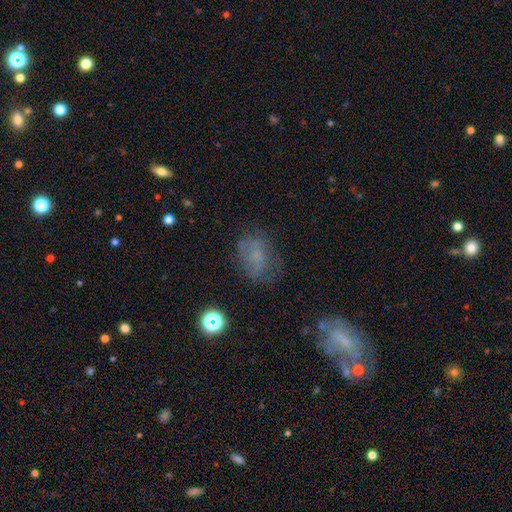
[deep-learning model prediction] A smooth galaxy with no disk features (56%) that is in between round and cigar-shaped (73%).

Vote fractions:
- Smooth or featured? smooth: 56% / featured or disk: 26% / star or artifact: 18%
- How rounded? in between: 73% / round: 25% / cigar-shaped: 2%
- Merging? none: 58% / minor disturbance: 23% / major disturbance: 15% / merger: 3%